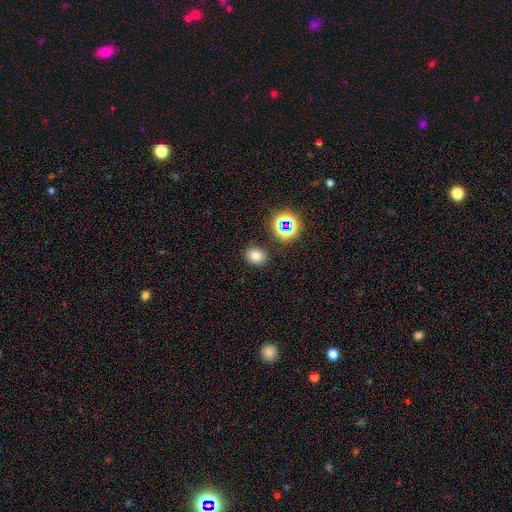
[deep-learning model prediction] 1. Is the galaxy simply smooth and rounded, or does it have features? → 73% smooth, 19% star or artifact, 8% featured or disk.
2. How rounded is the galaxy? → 55% round, 44% in between, 1% cigar-shaped.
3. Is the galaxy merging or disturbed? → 84% none, 9% minor disturbance, 3% merger, 3% major disturbance.